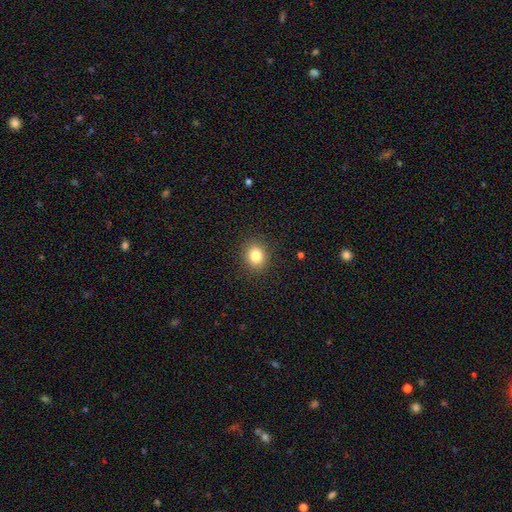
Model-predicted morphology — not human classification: A smooth galaxy with no disk features (83%) that is round (68%).

Vote fractions:
- Smooth or featured? smooth: 83% / star or artifact: 11% / featured or disk: 7%
- How rounded? round: 68% / in between: 31% / cigar-shaped: 1%
- Merging? none: 90% / minor disturbance: 7% / major disturbance: 2% / merger: 1%